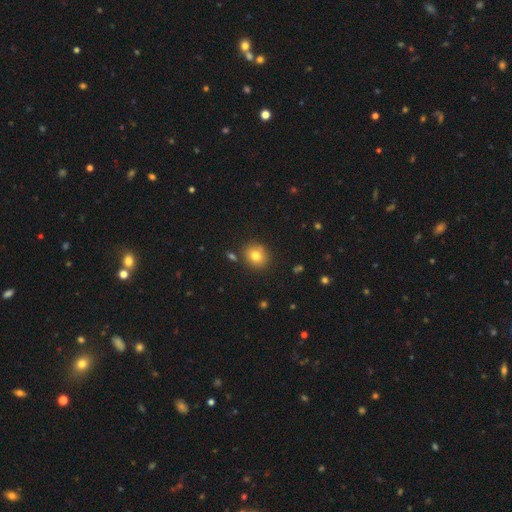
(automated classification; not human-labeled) Smooth or featured: smooth — 77% (star or artifact — 12%)
How rounded: round — 75% (in between — 24%)
Merging: none — 81% (minor disturbance — 10%)